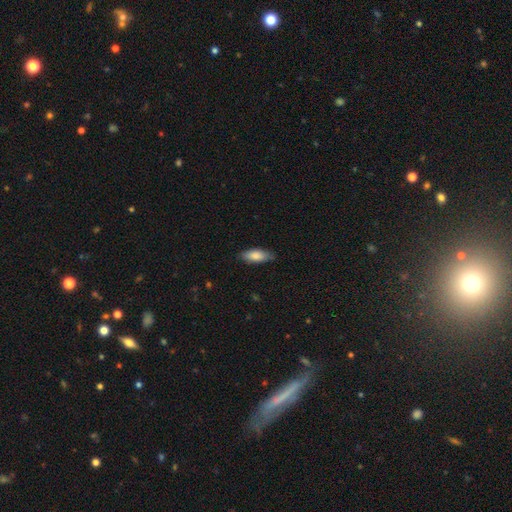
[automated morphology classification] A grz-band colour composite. It shows a smooth galaxy with no disk features (83%) that is in between round and cigar-shaped (73%). Merging: none (82%).